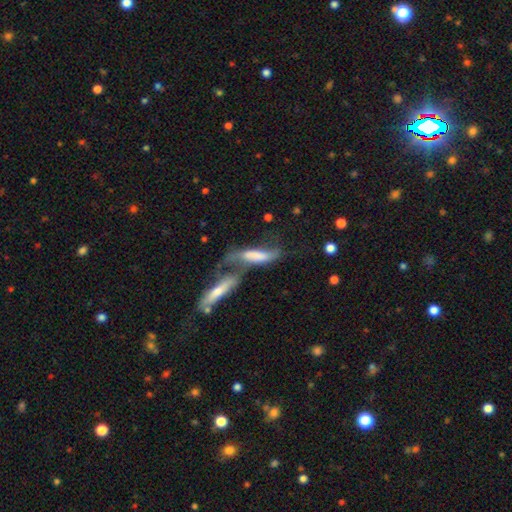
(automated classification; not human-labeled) Q: Smooth or featured?
A: smooth (54%); runner-up: featured or disk (37%)
Q: How rounded?
A: cigar-shaped (56%); runner-up: in between (41%)
Q: Merging?
A: merger (60%); runner-up: none (16%)